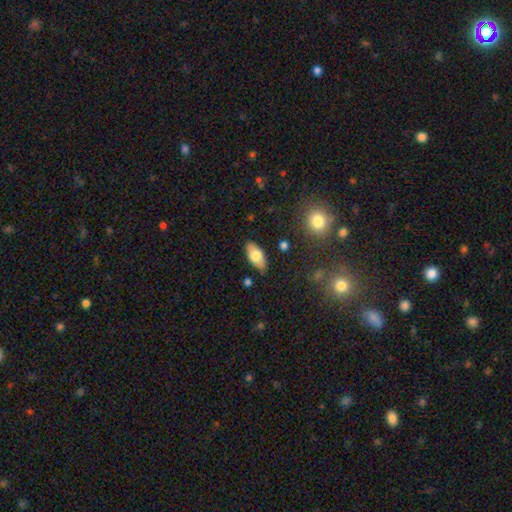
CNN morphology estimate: A smooth galaxy with no disk features (75%) that is in between round and cigar-shaped (91%). Merging: none (85%).